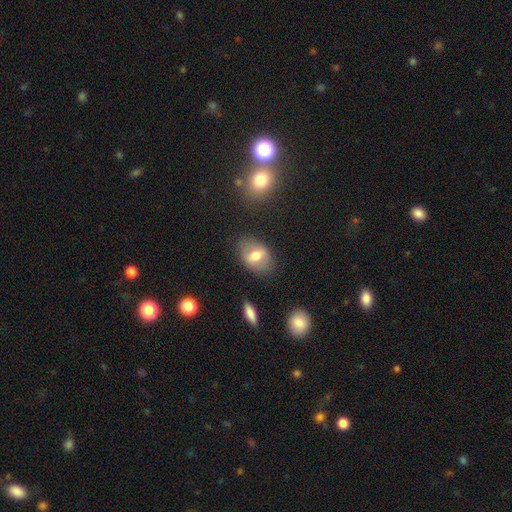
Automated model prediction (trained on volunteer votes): This appears to be a smooth galaxy with no disk features (55%) that is in between round and cigar-shaped (79%). Merging: none (78%).